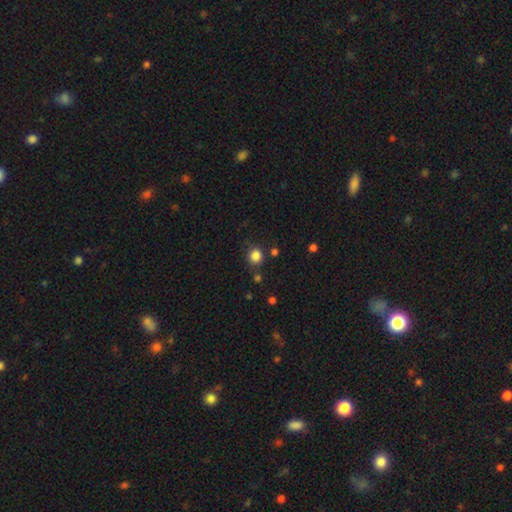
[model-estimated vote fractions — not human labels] Morphology: type=smooth (84%); roundness=round (89%); merging=none (81%).